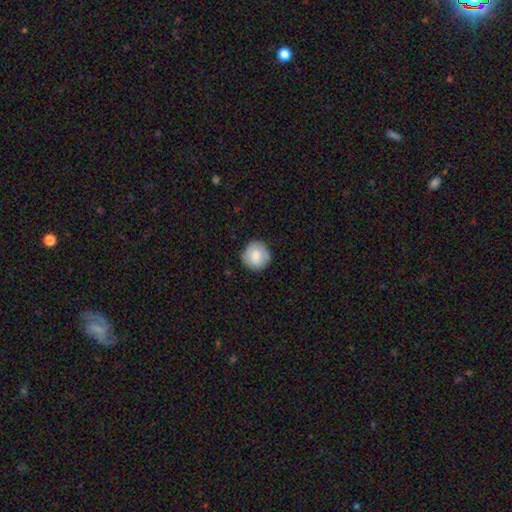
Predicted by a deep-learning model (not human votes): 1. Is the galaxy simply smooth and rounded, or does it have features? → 80% smooth, 13% featured or disk, 7% star or artifact.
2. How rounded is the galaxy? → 94% round, 5% in between, 1% cigar-shaped.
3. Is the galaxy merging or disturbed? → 86% none, 11% minor disturbance, 2% major disturbance, 1% merger.